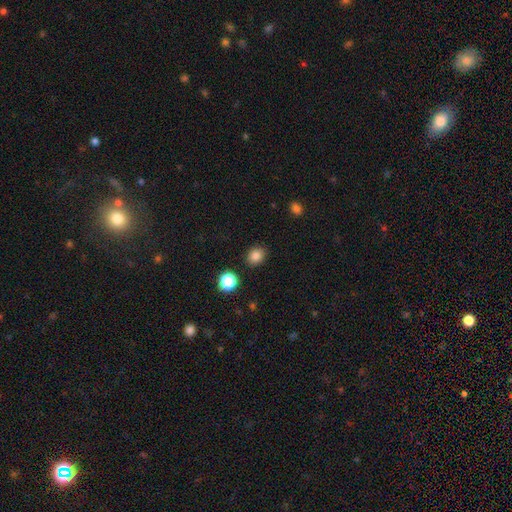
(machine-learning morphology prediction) smooth_or_featured: smooth (p=0.83) [alt: star or artifact p=0.12]
how_rounded: round (p=0.61) [alt: in between p=0.38]
merging: none (p=0.88) [alt: minor disturbance p=0.08]